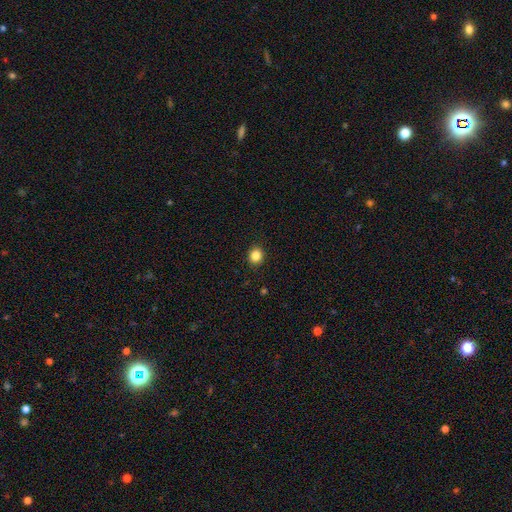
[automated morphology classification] smooth 85%, star or artifact 11%, featured or disk 4%. Down the decision tree: how rounded — round (80%); merging — none (92%).